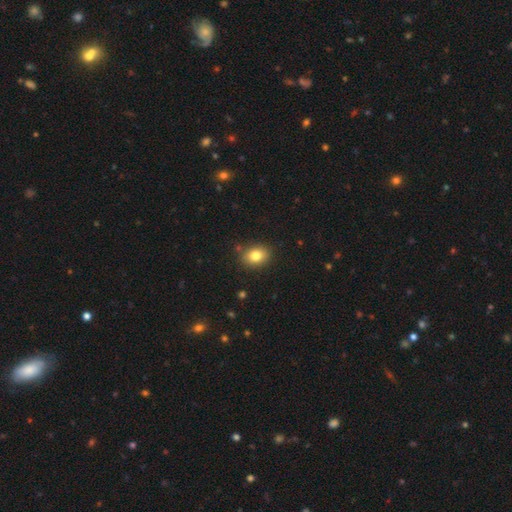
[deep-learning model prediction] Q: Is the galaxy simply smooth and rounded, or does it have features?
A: smooth — 82%.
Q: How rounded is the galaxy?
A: in between — 62%.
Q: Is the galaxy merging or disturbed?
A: none — 86%.